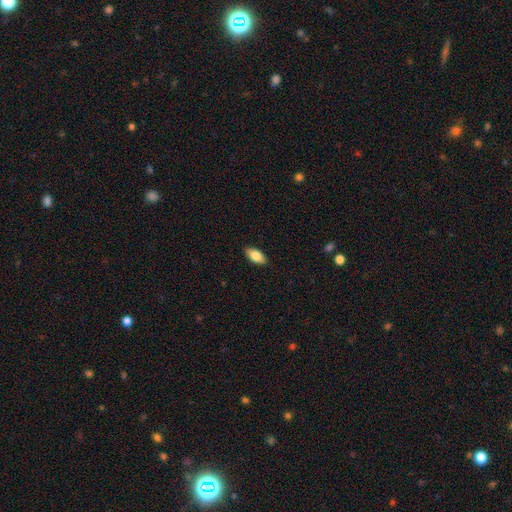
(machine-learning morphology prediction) smooth_or_featured: smooth (p=0.82) [alt: featured or disk p=0.12]
how_rounded: in between (p=0.91) [alt: cigar-shaped p=0.06]
merging: none (p=0.89) [alt: minor disturbance p=0.08]